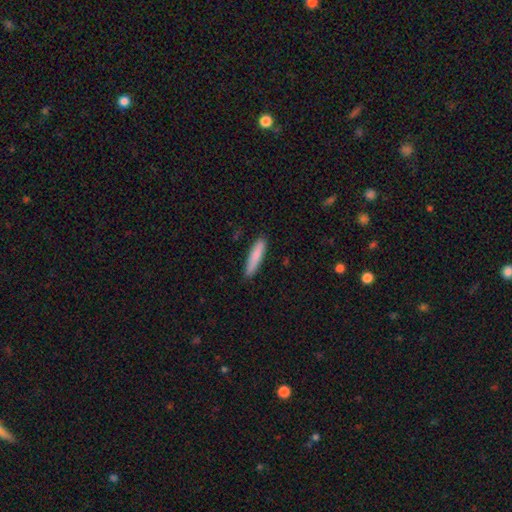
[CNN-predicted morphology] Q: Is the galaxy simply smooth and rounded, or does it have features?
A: smooth — 84%.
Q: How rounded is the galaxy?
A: cigar-shaped — 87%.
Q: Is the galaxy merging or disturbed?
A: none — 87%.